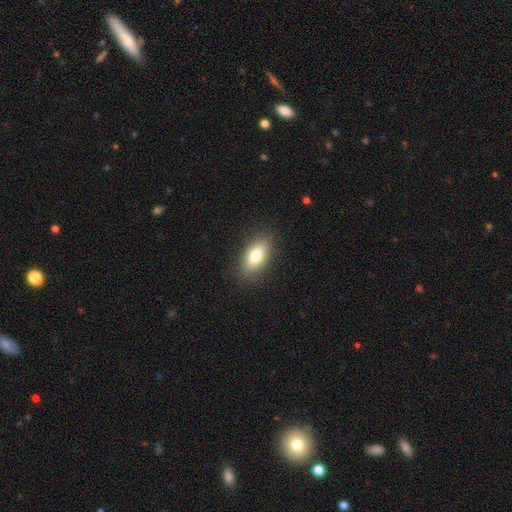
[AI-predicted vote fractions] Morphology: type=smooth (77%); roundness=in between (85%); merging=none (85%).